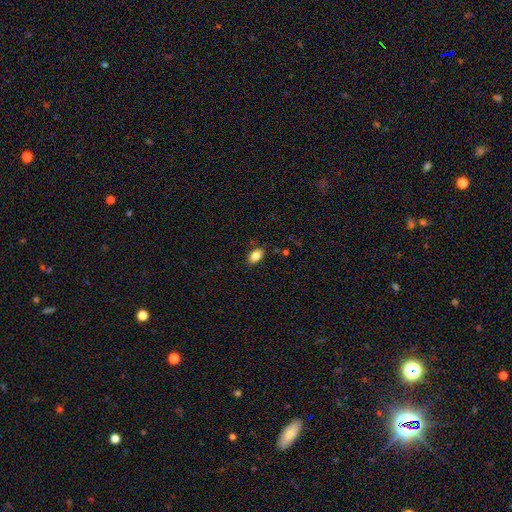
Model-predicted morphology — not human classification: Smooth or featured? smooth (84%)
How rounded? in between (87%)
Merging? none (84%)